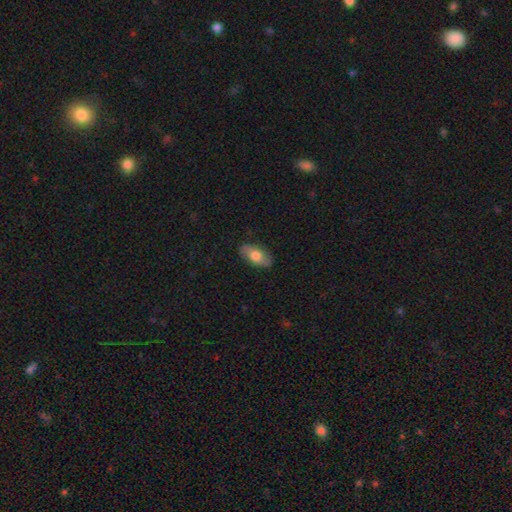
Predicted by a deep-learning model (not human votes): Overall: smooth (65%; featured or disk 29%). How rounded: in between (90%). Merging: none (85%).